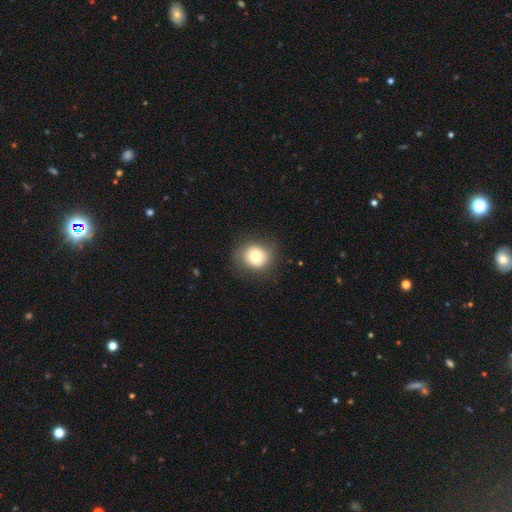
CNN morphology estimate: A smooth galaxy with no disk features (76%) that is round (74%).

Vote fractions:
- Smooth or featured? smooth: 76% / featured or disk: 14% / star or artifact: 10%
- How rounded? round: 74% / in between: 25% / cigar-shaped: 1%
- Merging? none: 79% / minor disturbance: 14% / major disturbance: 5% / merger: 1%